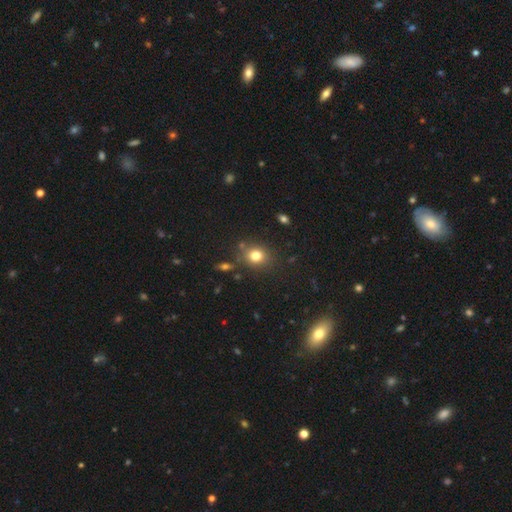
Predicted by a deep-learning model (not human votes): Overall: smooth (78%). How rounded: round (69%; in between 30%). Merging: none (79%).